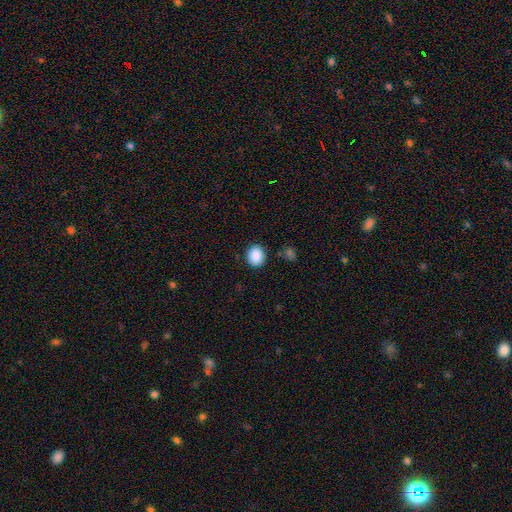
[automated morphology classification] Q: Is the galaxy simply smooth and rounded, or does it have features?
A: smooth — 88%.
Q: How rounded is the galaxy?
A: round — 71%.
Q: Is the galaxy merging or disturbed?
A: none — 87%.